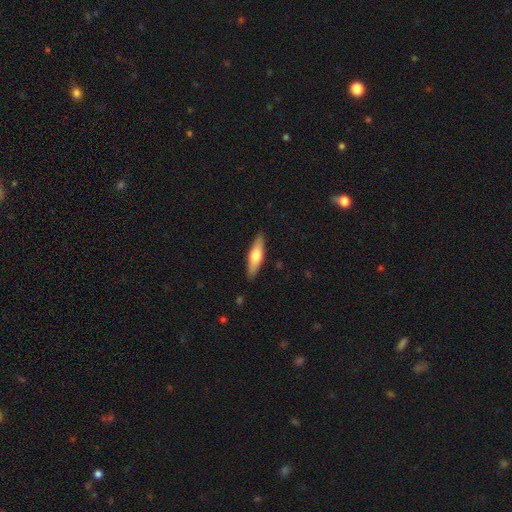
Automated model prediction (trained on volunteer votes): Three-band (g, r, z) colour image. It shows a smooth galaxy with no disk features (60%) that is cigar-shaped (65%). Merging: none (89%).